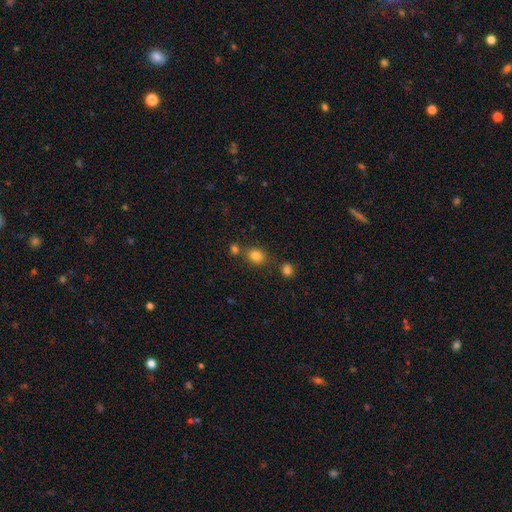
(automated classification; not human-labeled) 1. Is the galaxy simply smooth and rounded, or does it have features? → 81% smooth, 13% star or artifact, 6% featured or disk.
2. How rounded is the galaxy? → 64% round, 35% in between, 1% cigar-shaped.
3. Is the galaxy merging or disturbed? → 71% none, 15% merger, 11% minor disturbance, 4% major disturbance.